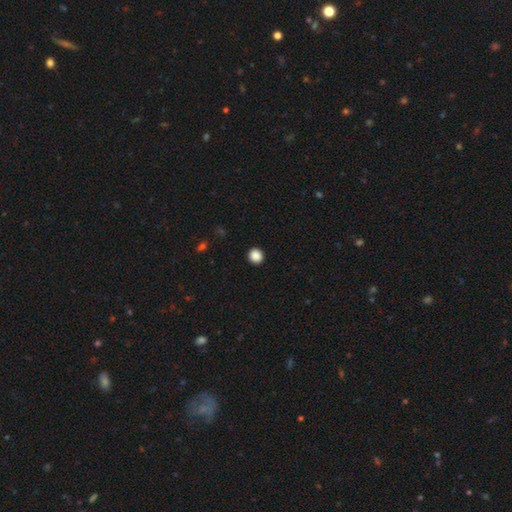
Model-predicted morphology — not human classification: Q: Smooth or featured?
A: smooth (88%); runner-up: star or artifact (9%)
Q: How rounded?
A: round (91%); runner-up: in between (8%)
Q: Merging?
A: none (93%); runner-up: minor disturbance (4%)